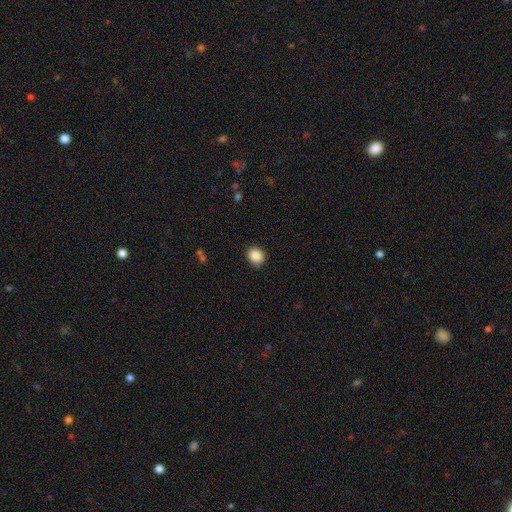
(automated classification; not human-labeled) This is clearly a smooth galaxy (87%). How rounded: likely round (76%). Merging: clearly none (88%).